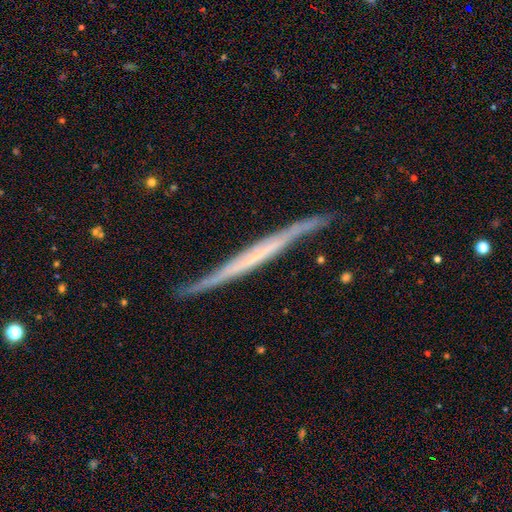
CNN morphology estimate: Smooth or featured? Predicted: featured or disk (p=0.71). Edge-on disk? Predicted: yes (p=0.91). Edge-on bulge? Predicted: none (p=0.79). Merging? Predicted: none (p=0.76).